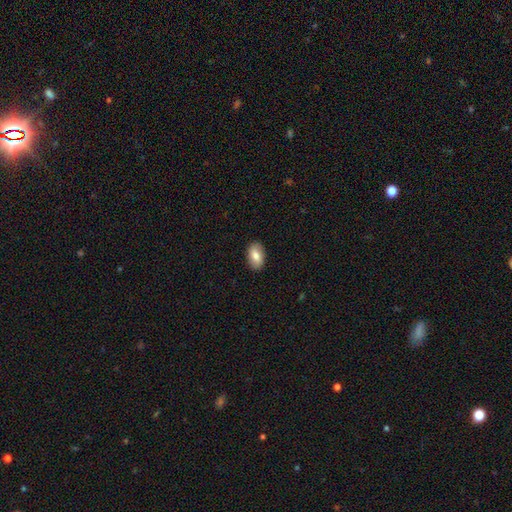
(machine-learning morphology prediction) Q: Smooth or featured?
A: smooth (81%); runner-up: featured or disk (13%)
Q: How rounded?
A: in between (92%); runner-up: round (6%)
Q: Merging?
A: none (89%); runner-up: minor disturbance (8%)